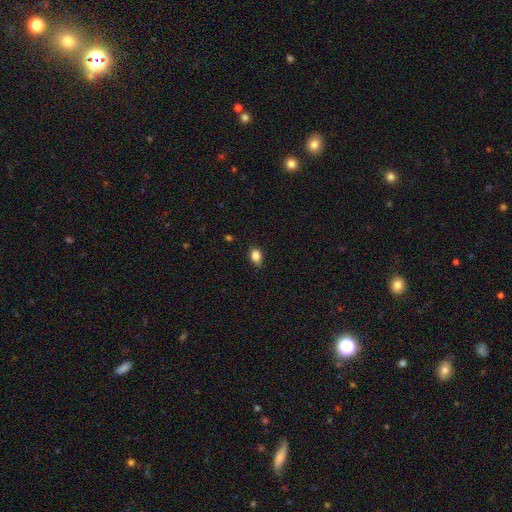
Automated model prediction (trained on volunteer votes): A smooth galaxy with no disk features (85%) that is in between round and cigar-shaped (79%). Merging: none (82%).